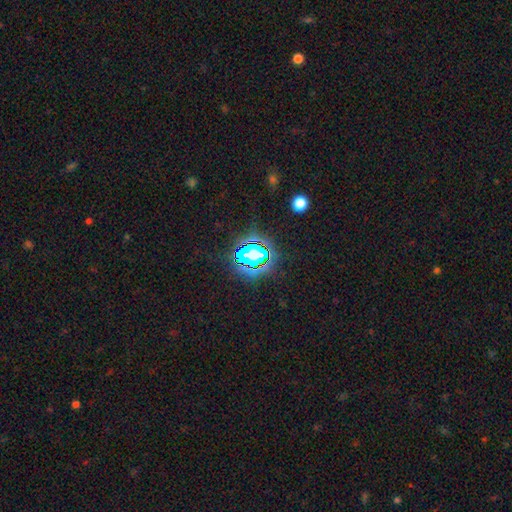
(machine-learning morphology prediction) Q: Smooth or featured?
A: star or artifact (78%); runner-up: smooth (15%)